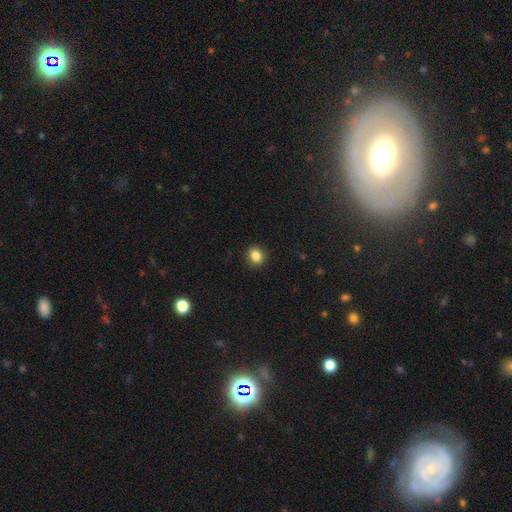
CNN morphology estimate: A smooth galaxy with no disk features (86%) that is round (69%).

Vote fractions:
- Smooth or featured? smooth: 86% / star or artifact: 10% / featured or disk: 4%
- How rounded? round: 69% / in between: 30% / cigar-shaped: 1%
- Merging? none: 90% / minor disturbance: 7% / major disturbance: 2% / merger: 1%